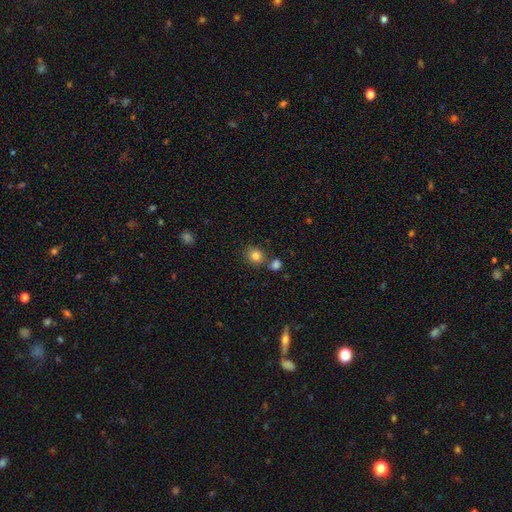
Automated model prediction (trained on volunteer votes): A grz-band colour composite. It shows a smooth galaxy with no disk features (83%) that is round (79%). Merging: none (70%).